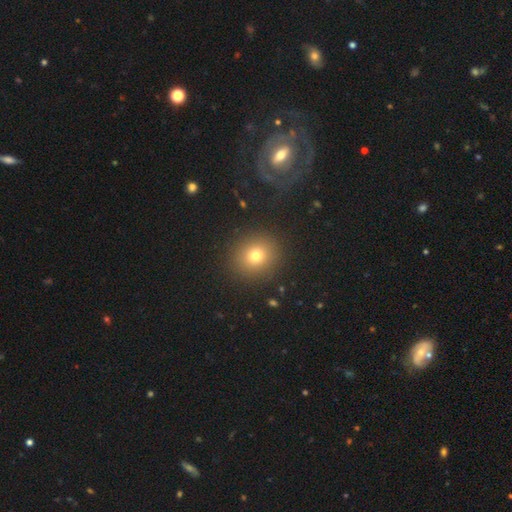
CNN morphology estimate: A smooth galaxy with no disk features (74%) that is round (83%).

Vote fractions:
- Smooth or featured? smooth: 74% / star or artifact: 16% / featured or disk: 10%
- How rounded? round: 83% / in between: 16% / cigar-shaped: 1%
- Merging? none: 89% / minor disturbance: 6% / major disturbance: 3% / merger: 1%